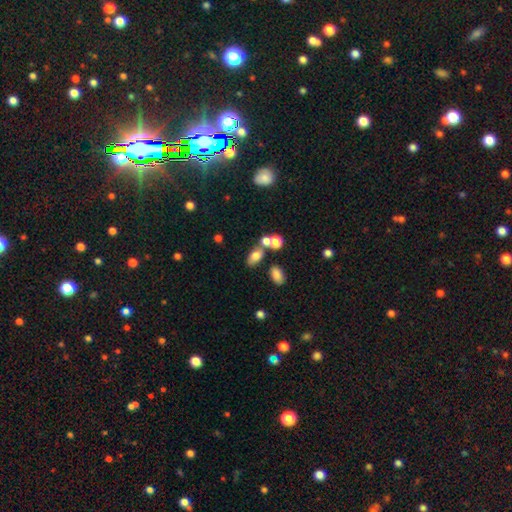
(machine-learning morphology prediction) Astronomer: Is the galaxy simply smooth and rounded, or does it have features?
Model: smooth — 72%.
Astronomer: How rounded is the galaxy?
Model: in between — 76%.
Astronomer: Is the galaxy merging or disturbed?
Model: none — 50% (runner-up: merger, 31%).